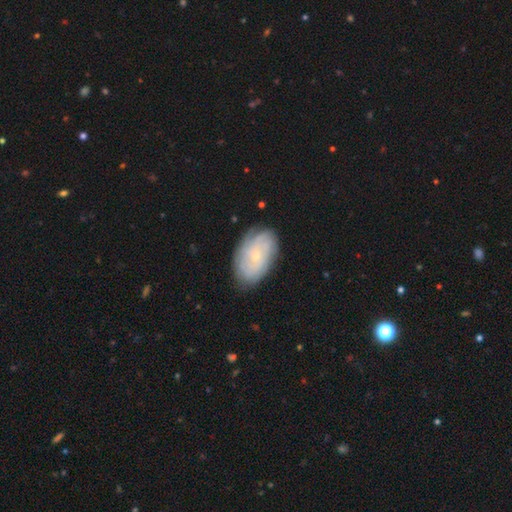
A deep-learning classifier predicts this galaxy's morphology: Q: Smooth or featured?
A: featured or disk (60%); runner-up: smooth (32%)
Q: Edge-on disk?
A: no (95%); runner-up: yes (5%)
Q: Bar?
A: no (85%); runner-up: weak (13%)
Q: Spiral arms?
A: yes (81%); runner-up: no (19%)
Q: Bulge size?
A: small (81%); runner-up: moderate (16%)
Q: Merging?
A: none (79%); runner-up: minor disturbance (16%)